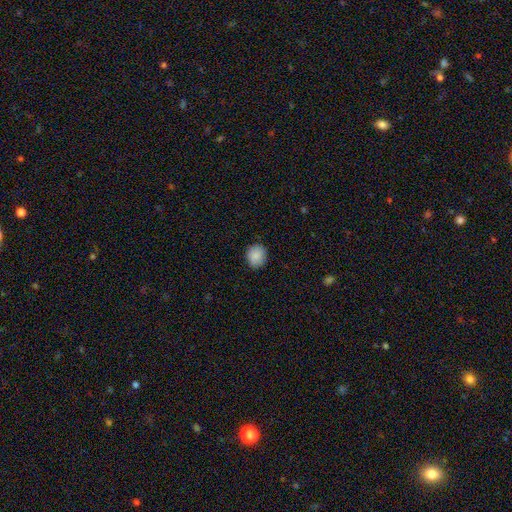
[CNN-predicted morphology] Overall: smooth (89%). How rounded: round (76%). Merging: none (88%).